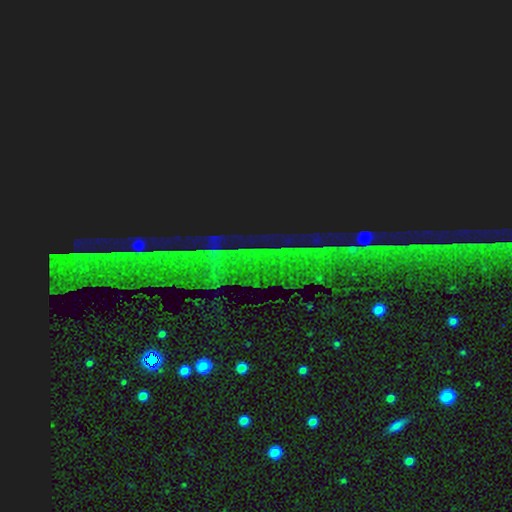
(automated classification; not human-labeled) Morphology: type=star or artifact (85%).